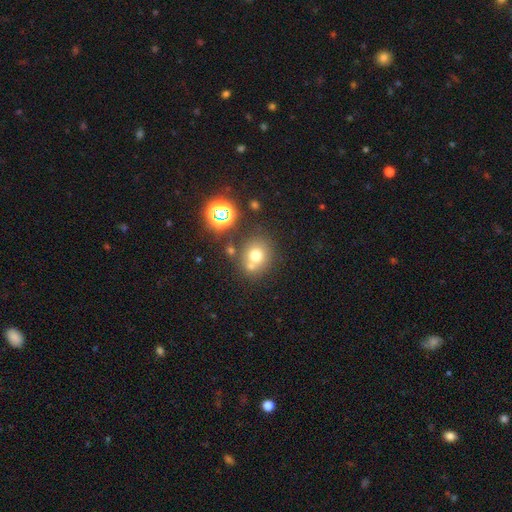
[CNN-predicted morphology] Smooth or featured? smooth (68%)
How rounded? round (80%)
Merging? none (59%)